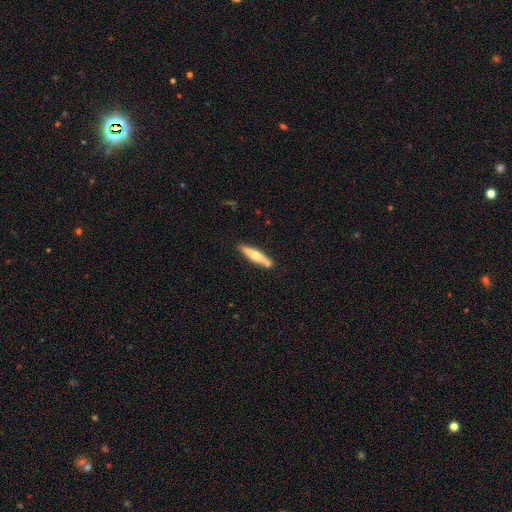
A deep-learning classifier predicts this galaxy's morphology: A featured or disk galaxy (49%).

Vote fractions:
- Smooth or featured? featured or disk: 49% / smooth: 46% / star or artifact: 5%
- Merging? none: 80% / minor disturbance: 12% / merger: 7% / major disturbance: 2%